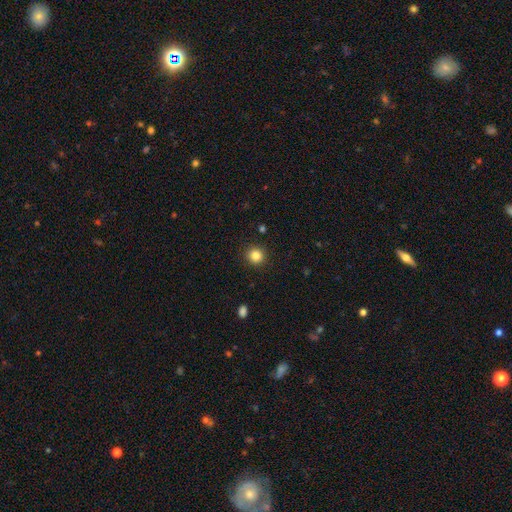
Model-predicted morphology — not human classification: smooth 84%, star or artifact 11%, featured or disk 5%. Down the decision tree: how rounded — round (93%); merging — none (92%).